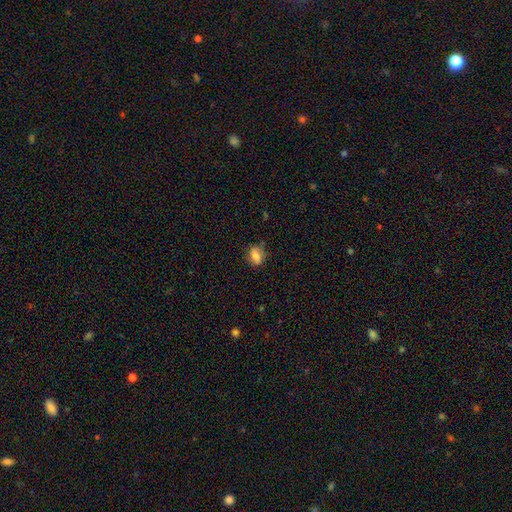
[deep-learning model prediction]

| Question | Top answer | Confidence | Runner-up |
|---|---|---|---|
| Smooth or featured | smooth | 80% | featured or disk (11%) |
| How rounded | in between | 72% | round (26%) |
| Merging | none | 69% | minor disturbance (23%) |